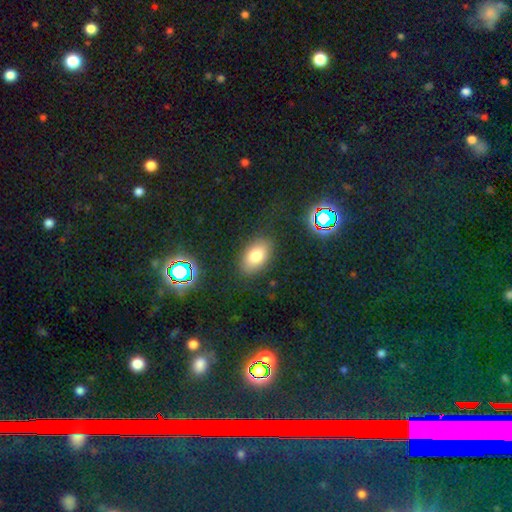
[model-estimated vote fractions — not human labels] smooth_or_featured: smooth (p=0.75) [alt: featured or disk p=0.13]
how_rounded: in between (p=0.89) [alt: round p=0.09]
merging: none (p=0.86) [alt: minor disturbance p=0.10]